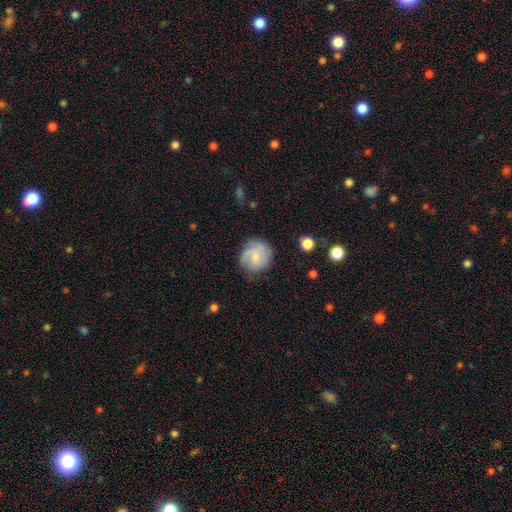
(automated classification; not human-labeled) This is possibly a smooth galaxy (51%). How rounded: clearly round (85%). Merging: likely none (69%).